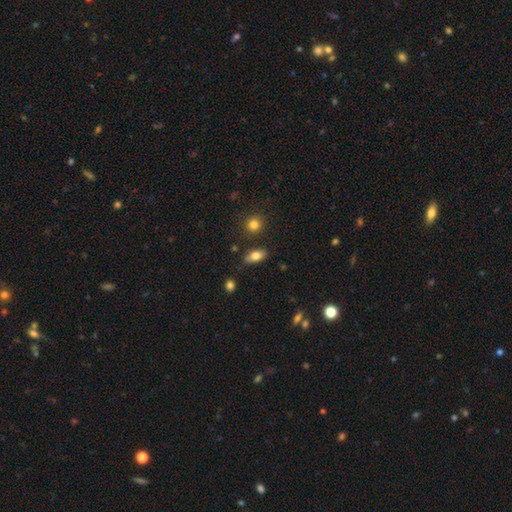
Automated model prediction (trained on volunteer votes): Smooth or featured: smooth — 78% (featured or disk — 15%)
How rounded: in between — 87% (cigar-shaped — 8%)
Merging: none — 83% (minor disturbance — 11%)